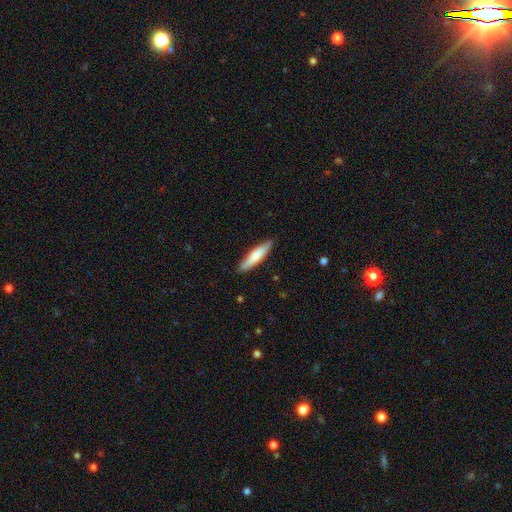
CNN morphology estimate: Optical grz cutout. It shows a smooth galaxy with no disk features (71%) that is cigar-shaped (81%). Merging: none (87%).